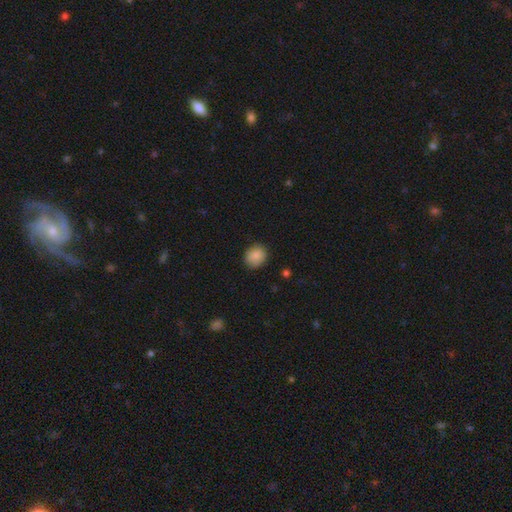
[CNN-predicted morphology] The model was most divided on "how rounded": round: 66%, in between: 33%, cigar-shaped: 1%. More confident: smooth or featured — smooth (87%); merging — none (84%).